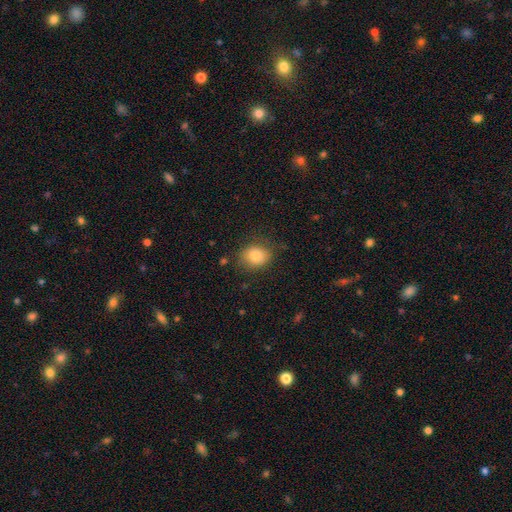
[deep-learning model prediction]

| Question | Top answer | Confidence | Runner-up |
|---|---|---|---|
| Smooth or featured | smooth | 83% | star or artifact (9%) |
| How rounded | in between | 56% | round (43%) |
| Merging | none | 78% | minor disturbance (16%) |